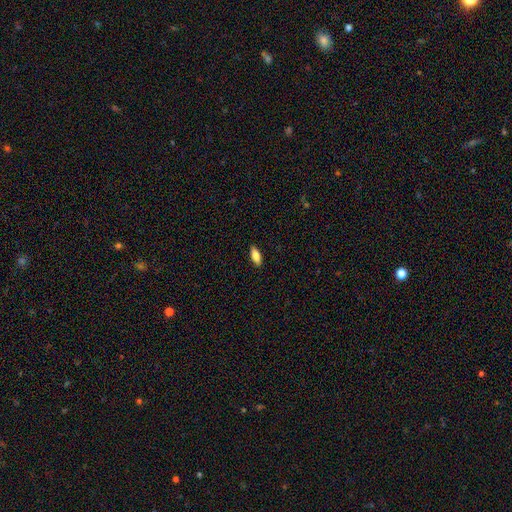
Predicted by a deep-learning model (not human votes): Smooth or featured? smooth (79%)
How rounded? in between (75%)
Merging? none (89%)